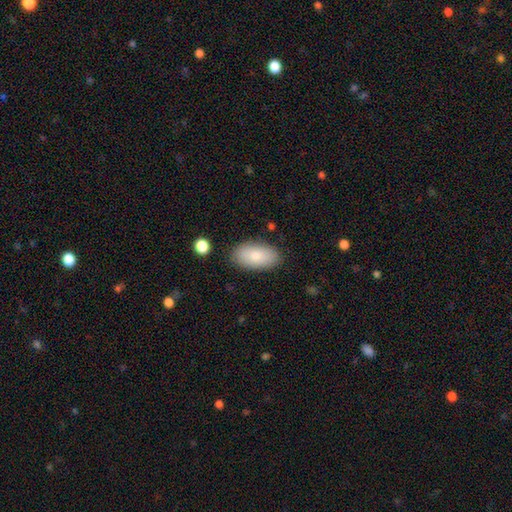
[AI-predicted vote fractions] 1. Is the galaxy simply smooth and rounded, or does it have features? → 82% smooth, 12% featured or disk, 6% star or artifact.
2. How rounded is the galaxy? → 95% in between, 3% round, 3% cigar-shaped.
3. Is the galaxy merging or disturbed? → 85% none, 11% minor disturbance, 3% major disturbance, 2% merger.